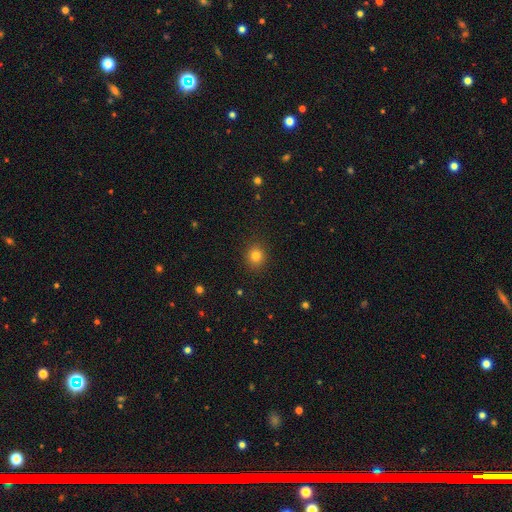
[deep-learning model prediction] Smooth or featured? Predicted: smooth (p=0.81). How rounded? Predicted: round (p=0.81). Merging? Predicted: none (p=0.90).